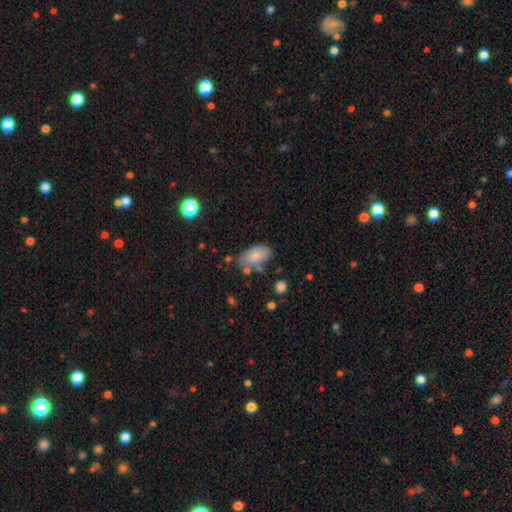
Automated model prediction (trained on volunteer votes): Overall: smooth (80%). How rounded: in between (93%). Merging: none (61%; minor disturbance 23%).